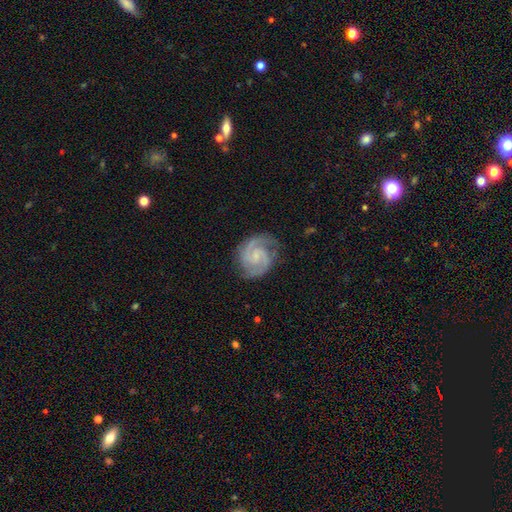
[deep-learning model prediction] Smooth or featured: featured or disk — 91% (smooth — 5%)
Edge-on disk: no — 98% (yes — 2%)
Bar: no — 47% (weak — 44%)
Spiral arms: yes — 98% (no — 2%)
Spiral winding: tight — 50% (medium — 44%)
Spiral arm count: 2 — 89% (3 — 5%)
Bulge size: small — 60% (none — 21%)
Merging: none — 80% (minor disturbance — 14%)